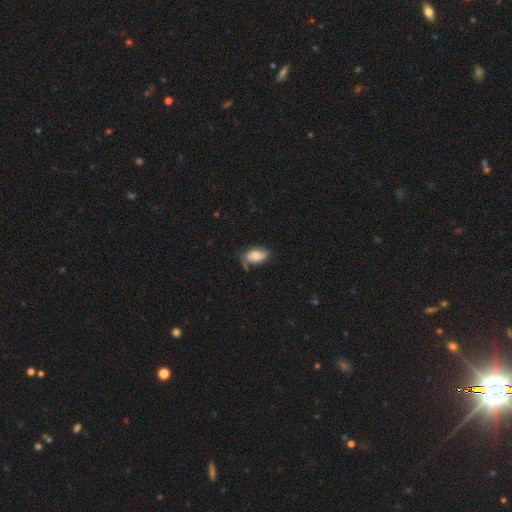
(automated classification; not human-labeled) Smooth or featured?
  - smooth: 62% *
  - featured or disk: 30%
  - star or artifact: 8%
How rounded?
  - in between: 91% *
  - round: 7%
  - cigar-shaped: 2%
Merging?
  - none: 54% *
  - minor disturbance: 31%
  - major disturbance: 12%
  - merger: 3%